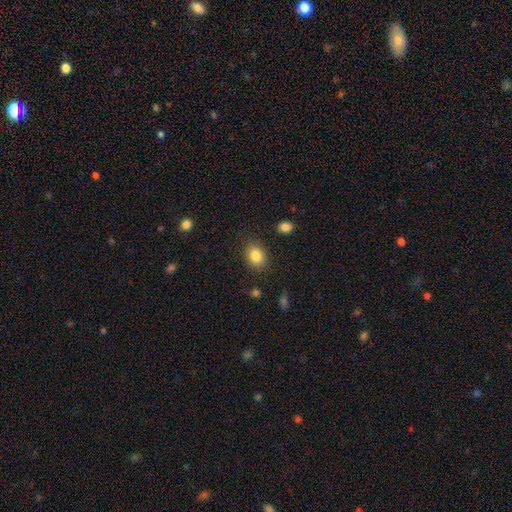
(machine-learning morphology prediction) smooth_or_featured: smooth (p=0.85) [alt: star or artifact p=0.09]
how_rounded: in between (p=0.57) [alt: round p=0.42]
merging: none (p=0.85) [alt: minor disturbance p=0.10]